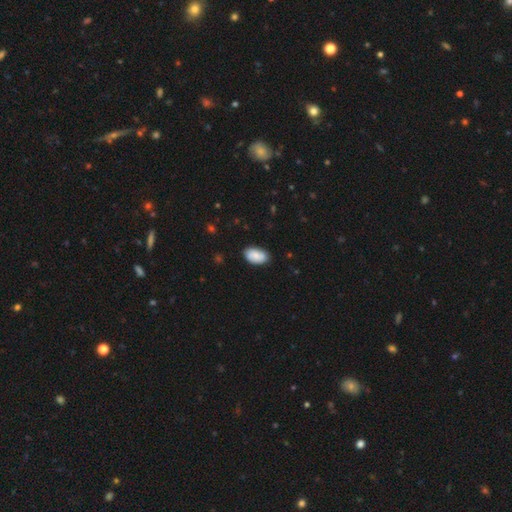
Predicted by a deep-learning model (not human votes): Smooth or featured?
  - smooth: 78% *
  - featured or disk: 15%
  - star or artifact: 7%
How rounded?
  - in between: 94% *
  - round: 5%
  - cigar-shaped: 1%
Merging?
  - none: 80% *
  - minor disturbance: 15%
  - major disturbance: 3%
  - merger: 2%